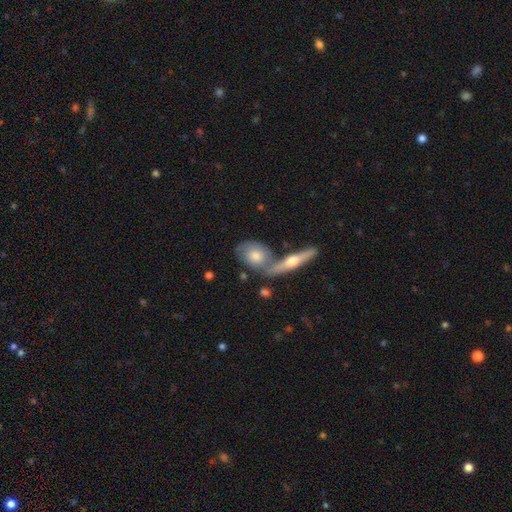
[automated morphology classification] A smooth galaxy with no disk features (47%, tied with featured or disk). Merging: none (43%).